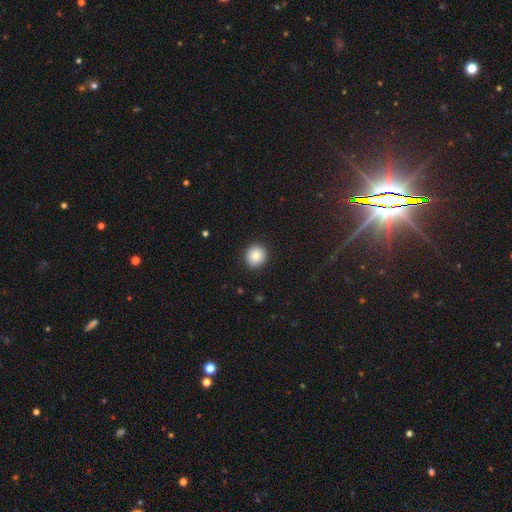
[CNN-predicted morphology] A smooth galaxy with no disk features (85%) that is round (89%). Merging: none (91%).